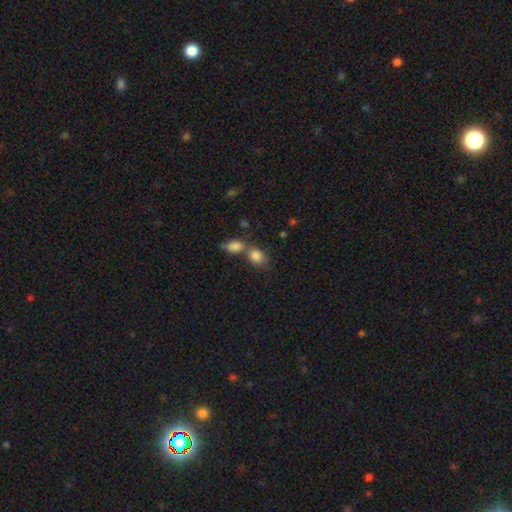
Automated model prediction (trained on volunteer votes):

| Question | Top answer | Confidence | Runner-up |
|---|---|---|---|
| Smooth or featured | smooth | 84% | star or artifact (9%) |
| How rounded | in between | 61% | round (37%) |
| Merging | merger | 53% | none (34%) |